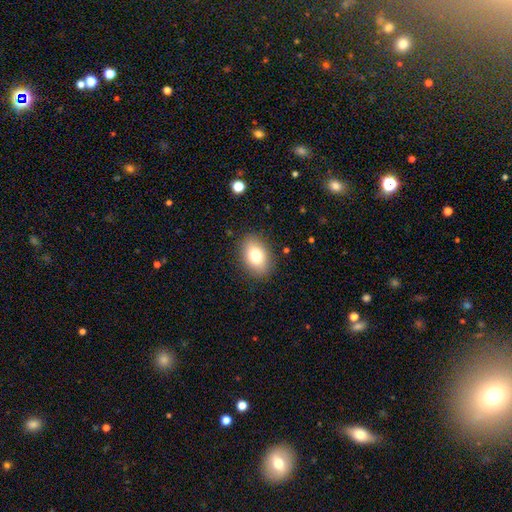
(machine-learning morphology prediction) Overall: smooth (79%). How rounded: in between (84%). Merging: none (86%).